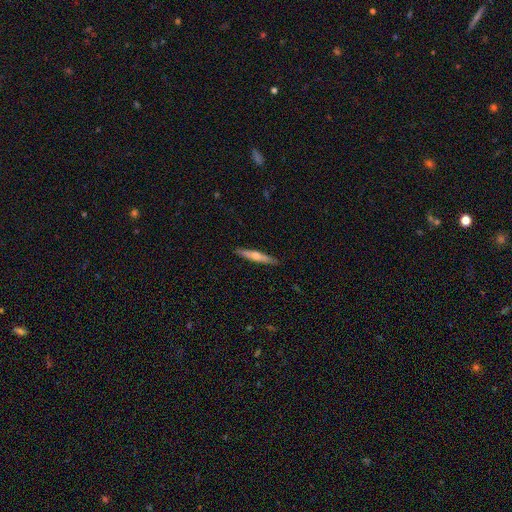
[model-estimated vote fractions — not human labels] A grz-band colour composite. It shows a featured or disk galaxy (54%) viewed edge-on (95%) with a rounded central bulge (79%). Merging: none (90%).